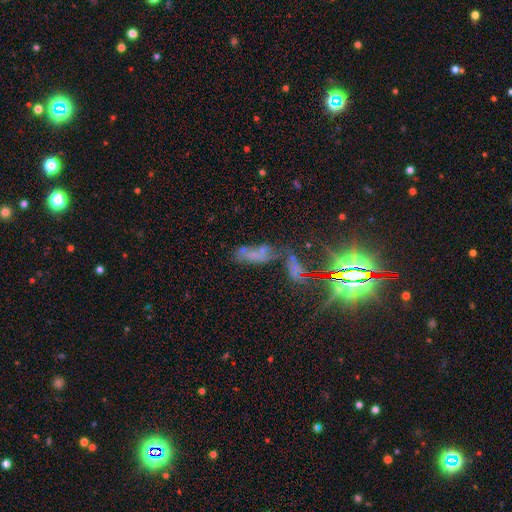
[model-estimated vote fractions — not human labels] The model was most divided on "smooth or featured": smooth: 35%, star or artifact: 33%, featured or disk: 32%. Remaining: merging — none (34%).